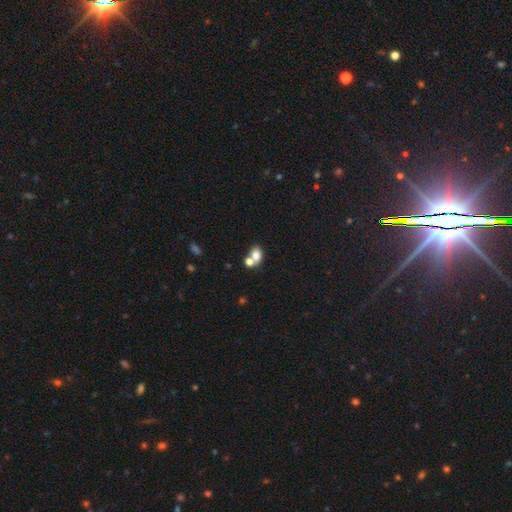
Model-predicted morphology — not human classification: The model was most divided on "merging": merger: 50%, none: 37%, minor disturbance: 9%, major disturbance: 4%. More confident: smooth or featured — smooth (75%); how rounded — in between (68%).